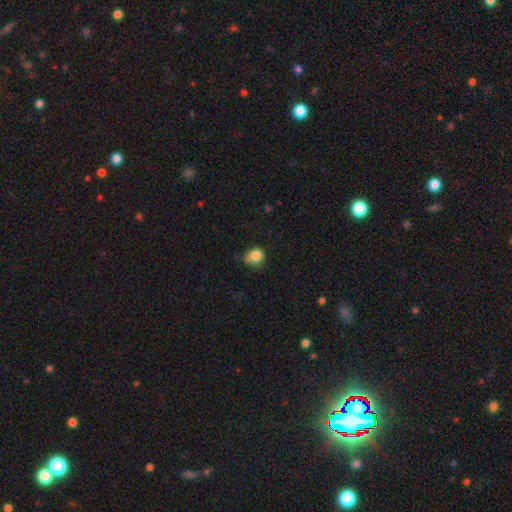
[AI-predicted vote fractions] A smooth galaxy with no disk features (83%) that is round (64%). Merging: none (46%).